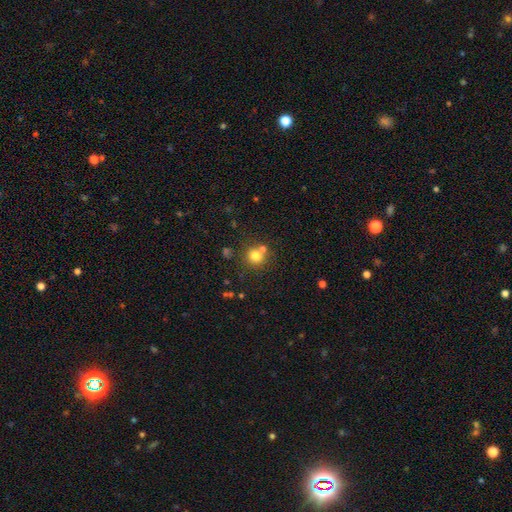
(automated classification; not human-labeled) This is likely a smooth galaxy (76%). How rounded: clearly round (90%). Merging: likely none (64%).